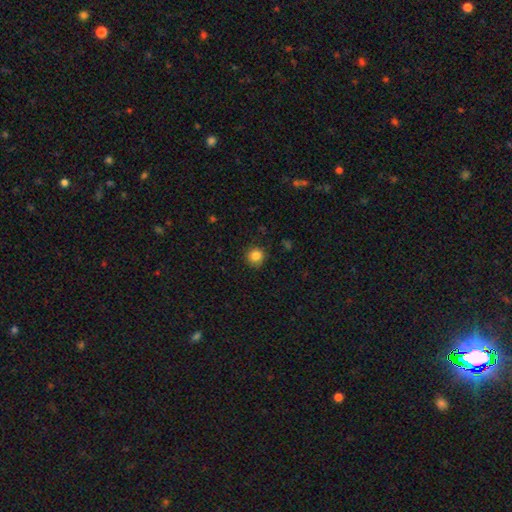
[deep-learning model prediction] Morphology: type=smooth (85%); roundness=round (93%); merging=none (88%).